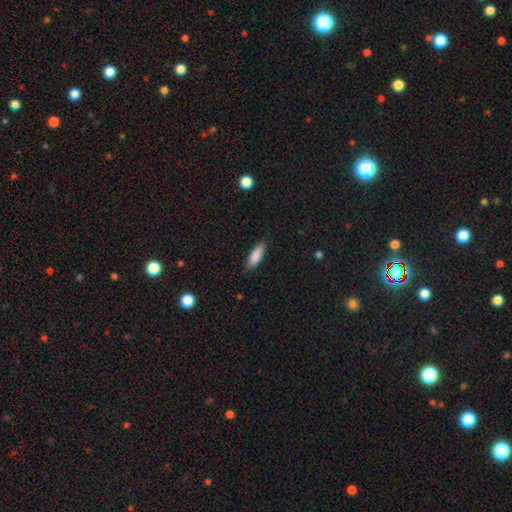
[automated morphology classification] A smooth galaxy with no disk features (87%) that is in between round and cigar-shaped (64%). Merging: none (84%).